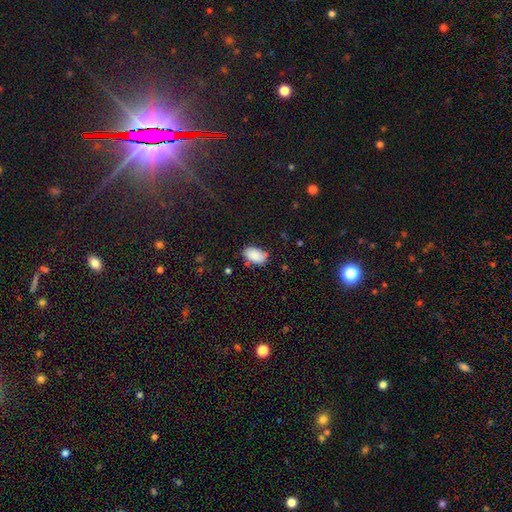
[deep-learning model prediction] Morphology: type=smooth (88%); roundness=in between (93%); merging=none (75%).